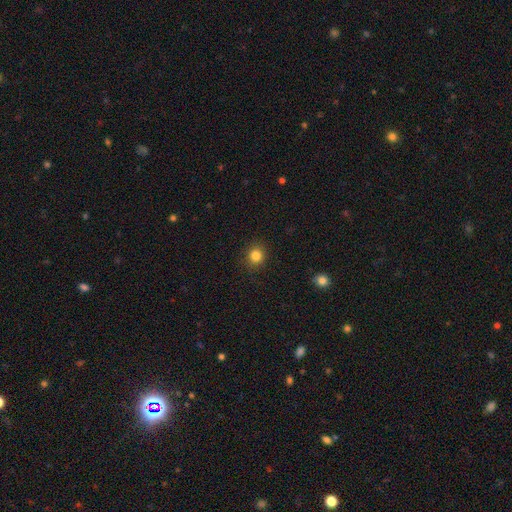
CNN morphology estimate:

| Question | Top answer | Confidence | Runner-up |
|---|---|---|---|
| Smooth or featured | smooth | 84% | star or artifact (12%) |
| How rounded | round | 88% | in between (11%) |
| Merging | none | 90% | minor disturbance (7%) |